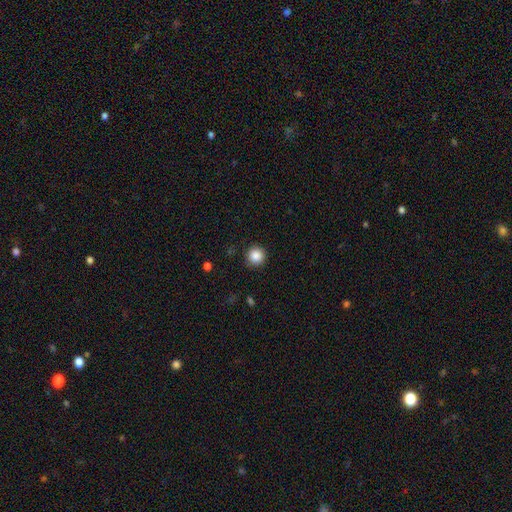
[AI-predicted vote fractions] smooth-or-featured: smooth: 87% | star or artifact: 10% | featured or disk: 3%
  how-rounded: round: 95% | in between: 4% | cigar-shaped: 1%
  merging: none: 90% | minor disturbance: 7% | major disturbance: 2% | merger: 1%